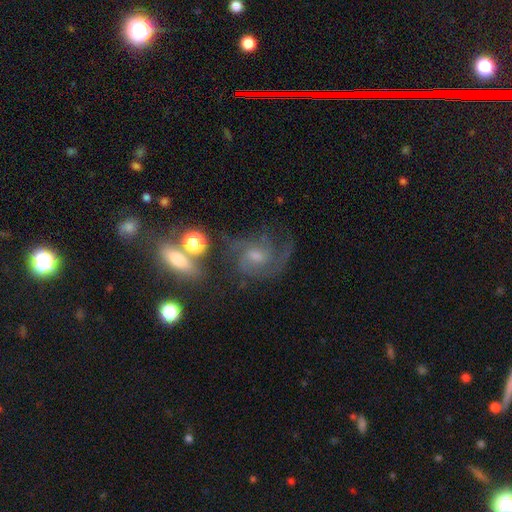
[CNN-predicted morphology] type=featured or disk (76%); edge-on=no (97%); bar=no (58%); spiral arms=yes (93%); winding=medium (48%); arm count=2 (39%); bulge=moderate (47%); merging=none (57%).